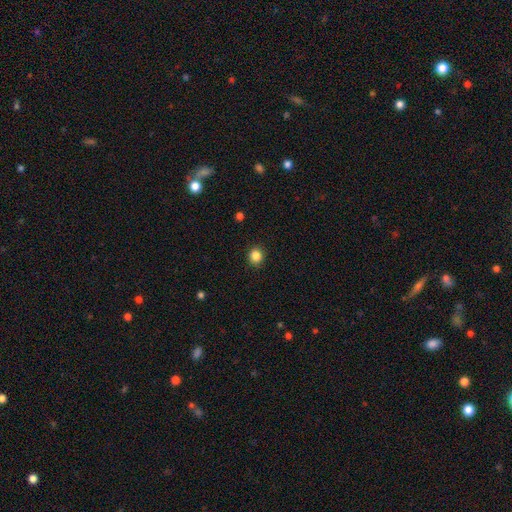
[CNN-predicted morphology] This appears to be a smooth galaxy with no disk features (85%) that is round (85%). Merging: none (91%).